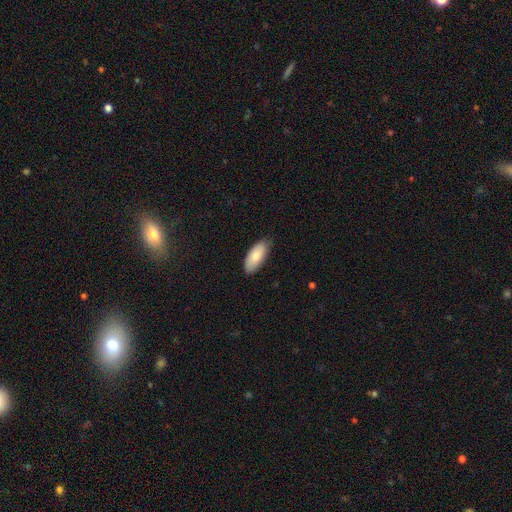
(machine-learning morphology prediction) Q: Smooth or featured?
A: smooth (83%); runner-up: featured or disk (11%)
Q: How rounded?
A: in between (88%); runner-up: cigar-shaped (10%)
Q: Merging?
A: none (79%); runner-up: minor disturbance (18%)